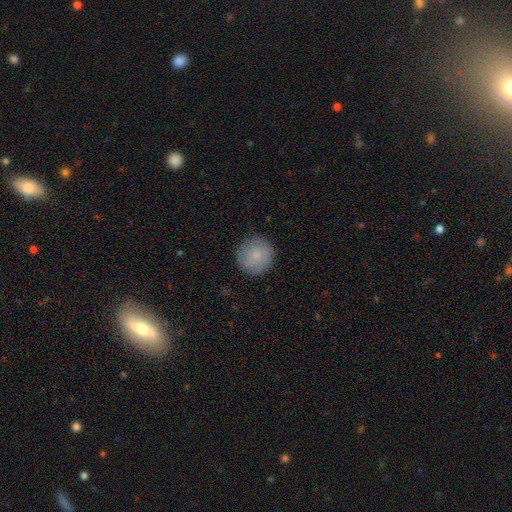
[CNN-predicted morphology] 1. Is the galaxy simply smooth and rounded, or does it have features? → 84% smooth, 10% featured or disk, 7% star or artifact.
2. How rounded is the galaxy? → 95% round, 4% in between, 1% cigar-shaped.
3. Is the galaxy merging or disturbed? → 88% none, 9% minor disturbance, 2% major disturbance, 1% merger.